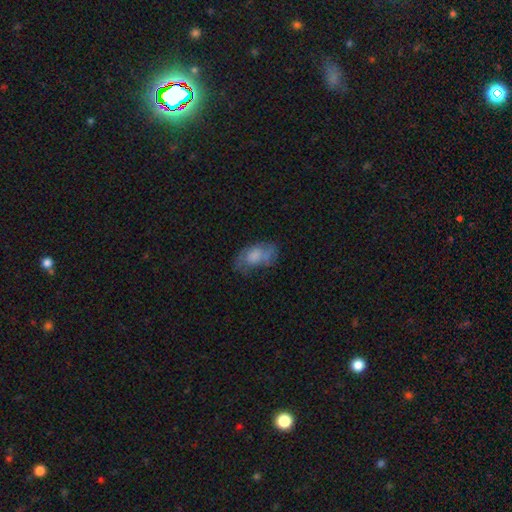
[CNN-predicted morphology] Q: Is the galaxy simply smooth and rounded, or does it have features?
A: smooth — 59%.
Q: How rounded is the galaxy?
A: in between — 91%.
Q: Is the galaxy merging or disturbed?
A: none — 49%.